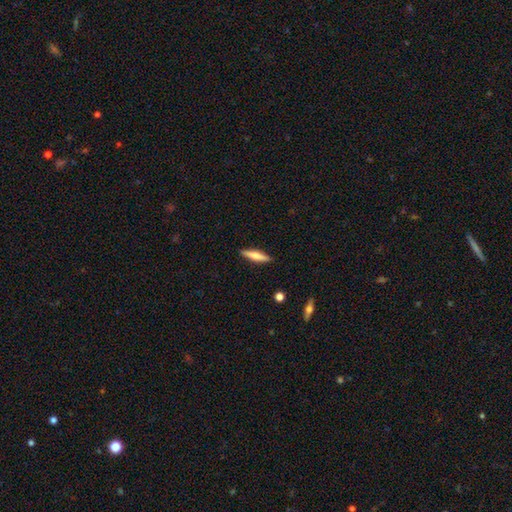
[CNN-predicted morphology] The model was most divided on "smooth or featured": smooth: 60%, featured or disk: 33%, star or artifact: 6%. More confident: merging — none (89%); how rounded — cigar-shaped (83%).